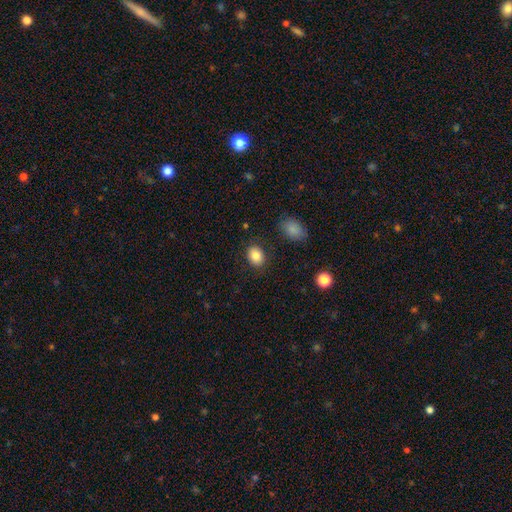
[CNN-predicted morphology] This appears to be a smooth galaxy with no disk features (85%) that is in between round and cigar-shaped (61%). Merging: none (86%).